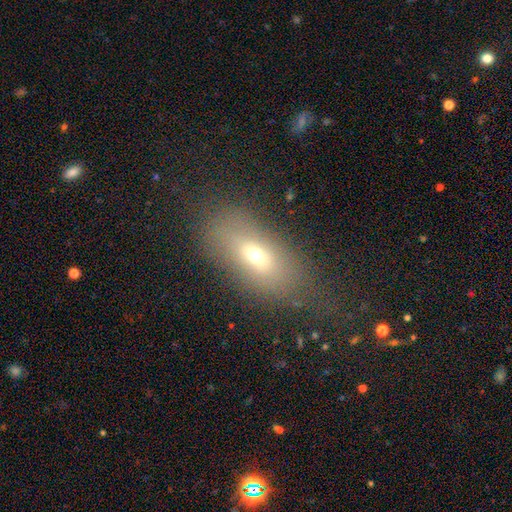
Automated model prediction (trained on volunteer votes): Smooth or featured: smooth — 61% (featured or disk — 24%)
How rounded: in between — 78% (cigar-shaped — 13%)
Merging: none — 60% (minor disturbance — 22%)